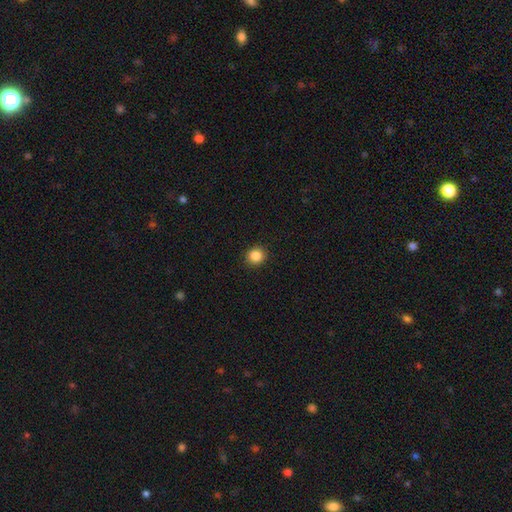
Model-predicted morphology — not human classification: smooth_or_featured: smooth (p=0.86) [alt: star or artifact p=0.11]
how_rounded: round (p=0.91) [alt: in between p=0.08]
merging: none (p=0.92) [alt: minor disturbance p=0.05]